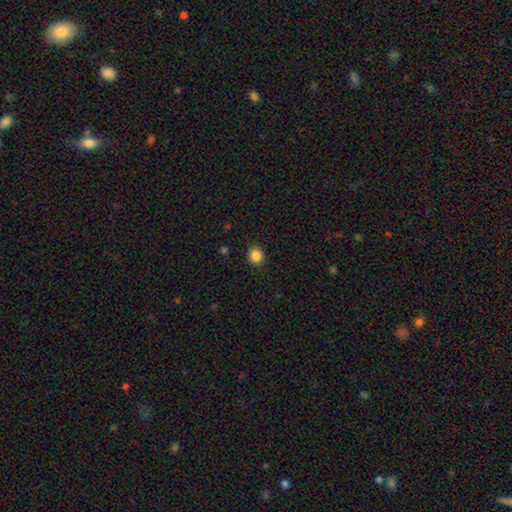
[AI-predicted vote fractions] This is clearly a smooth galaxy (86%). How rounded: clearly round (86%). Merging: clearly none (91%).